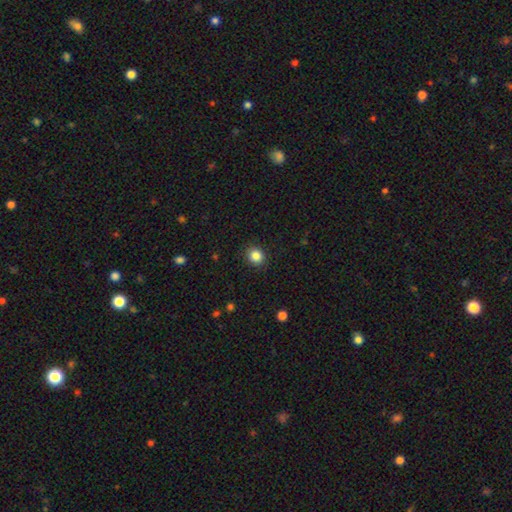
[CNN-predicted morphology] smooth 85%, star or artifact 10%, featured or disk 4%. Down the decision tree: how rounded — round (79%); merging — none (90%).